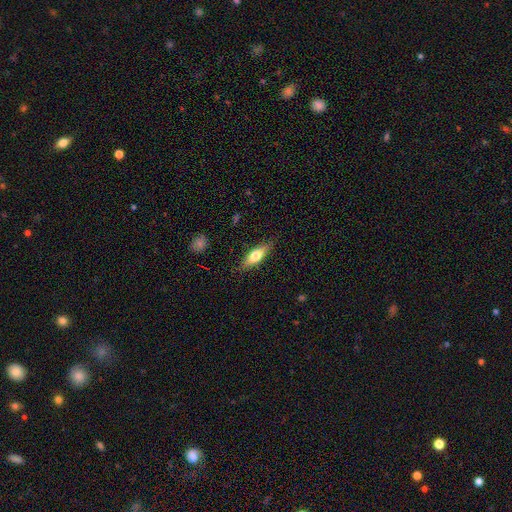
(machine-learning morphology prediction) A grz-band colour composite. It shows a smooth galaxy with no disk features (63%) that is in between round and cigar-shaped (51%). Merging: none (85%).